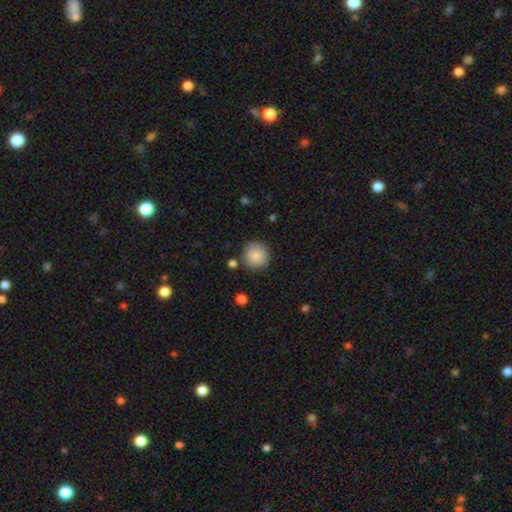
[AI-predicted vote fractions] Smooth or featured? Predicted: smooth (p=0.86). How rounded? Predicted: round (p=0.93). Merging? Predicted: none (p=0.85).